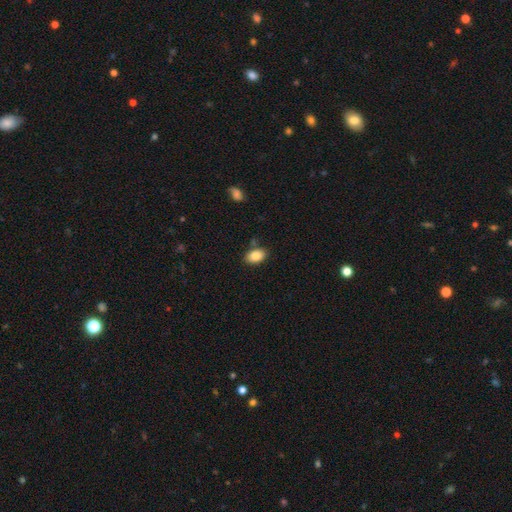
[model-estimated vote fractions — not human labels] Morphology: type=smooth (85%); roundness=in between (88%); merging=none (79%).